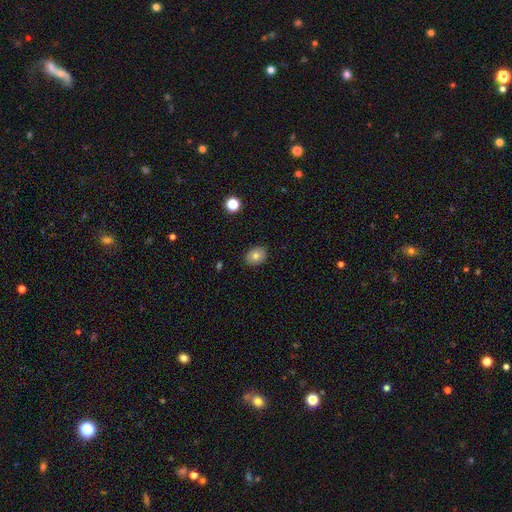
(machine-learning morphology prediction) Smooth or featured? Predicted: smooth (p=0.79). How rounded? Predicted: in between (p=0.51). Merging? Predicted: none (p=0.88).